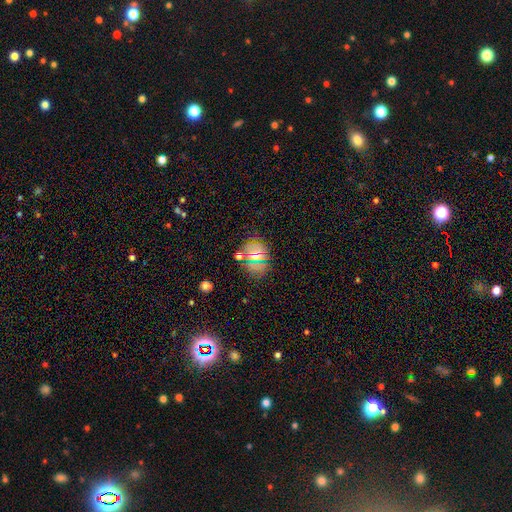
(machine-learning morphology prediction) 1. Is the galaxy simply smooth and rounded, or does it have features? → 58% smooth, 25% star or artifact, 17% featured or disk.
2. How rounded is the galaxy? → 68% round, 31% in between, 2% cigar-shaped.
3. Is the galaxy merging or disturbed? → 79% none, 13% minor disturbance, 5% major disturbance, 4% merger.